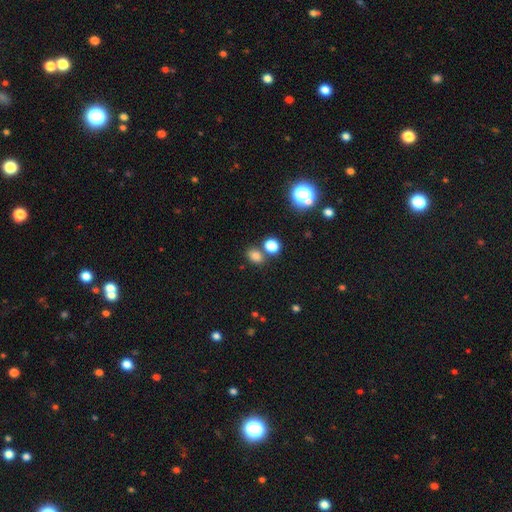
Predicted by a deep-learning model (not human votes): A smooth galaxy with no disk features (77%) that is in between round and cigar-shaped (51%). Merging: none (68%).